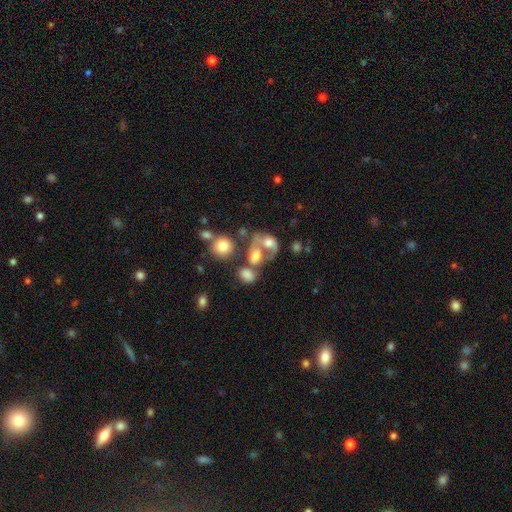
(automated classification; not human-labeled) Q: Smooth or featured?
A: smooth (53%); runner-up: featured or disk (34%)
Q: How rounded?
A: in between (56%); runner-up: round (42%)
Q: Merging?
A: merger (50%); runner-up: none (23%)